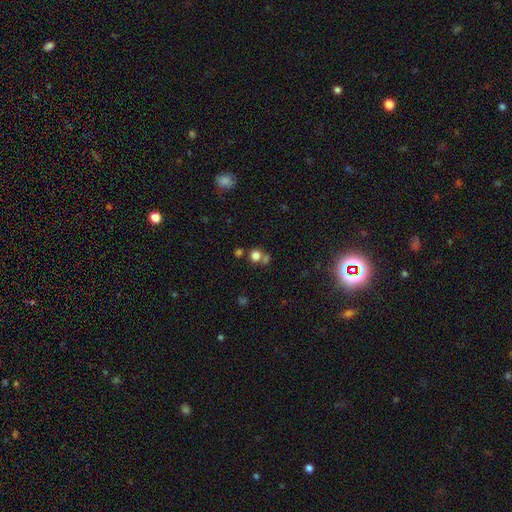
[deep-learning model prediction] The model was most divided on "merging": none: 59%, merger: 28%, minor disturbance: 9%, major disturbance: 4%. More confident: how rounded — round (87%); smooth or featured — smooth (76%).